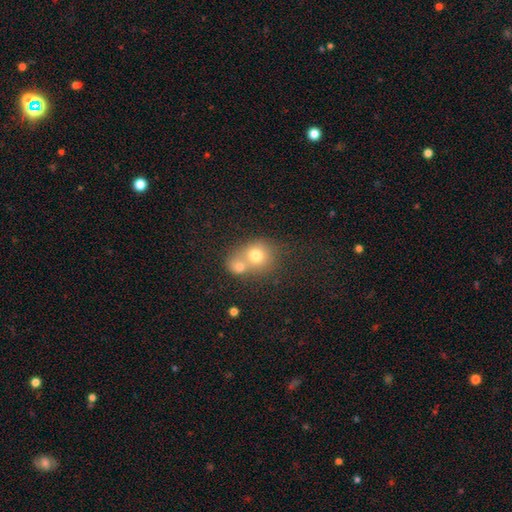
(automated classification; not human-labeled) Overall: smooth (72%). How rounded: round (75%). Merging: merger (63%; none 27%).